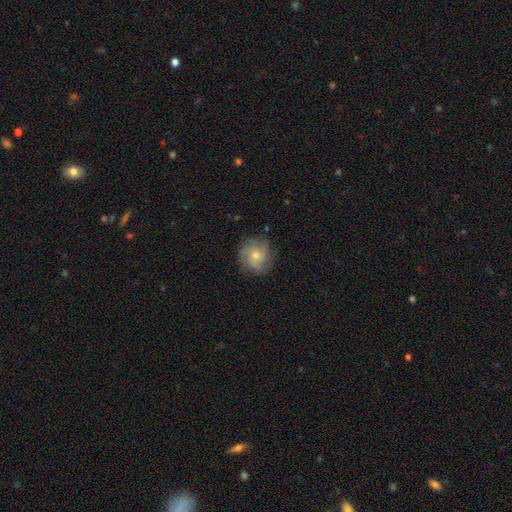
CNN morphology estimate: Smooth or featured?
  - featured or disk: 56% *
  - smooth: 35%
  - star or artifact: 10%
Edge-on disk?
  - no: 97% *
  - yes: 3%
Bar?
  - no: 79% *
  - weak: 18%
  - strong: 3%
Spiral arms?
  - yes: 88% *
  - no: 12%
Bulge size?
  - small: 50% *
  - moderate: 45%
  - large: 2%
  - none: 2%
  - dominant: 1%
Merging?
  - none: 78% *
  - minor disturbance: 15%
  - major disturbance: 6%
  - merger: 1%